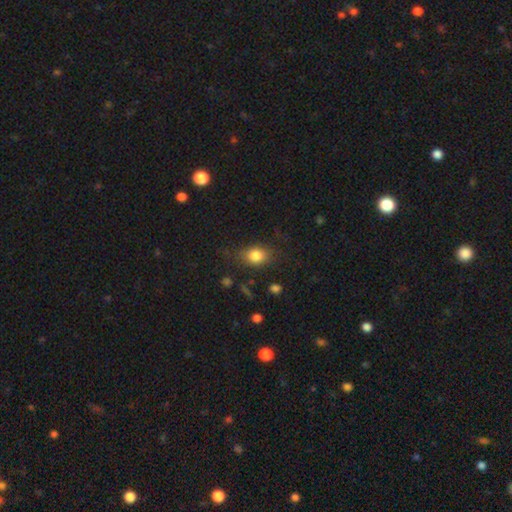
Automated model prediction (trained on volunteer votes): Smooth or featured? Predicted: smooth (p=0.81). How rounded? Predicted: in between (p=0.63). Merging? Predicted: none (p=0.74).